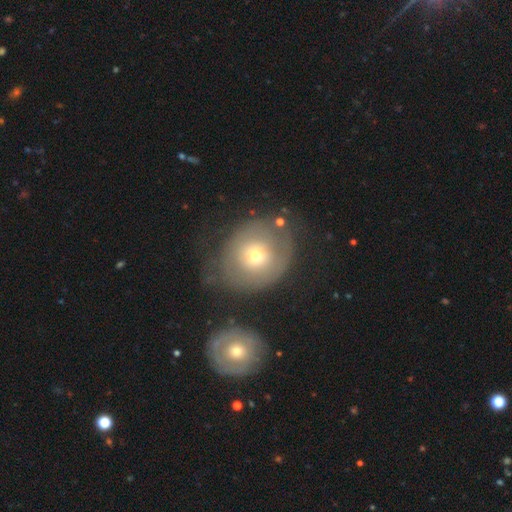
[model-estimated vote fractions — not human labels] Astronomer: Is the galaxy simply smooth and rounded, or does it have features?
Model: smooth — 49% (runner-up: featured or disk, 43%).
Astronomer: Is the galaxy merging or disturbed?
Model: none — 52%.